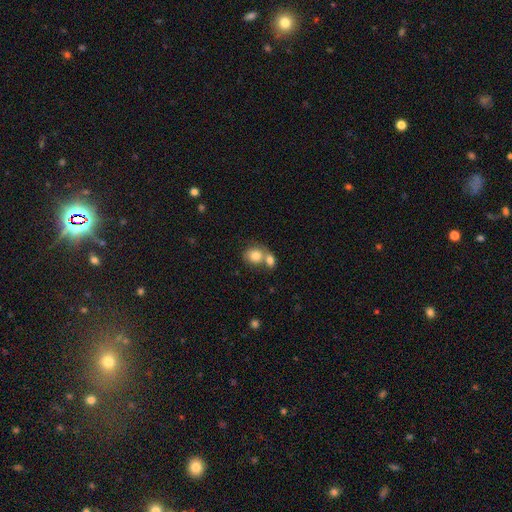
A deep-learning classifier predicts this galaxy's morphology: A smooth galaxy with no disk features (81%) that is round (69%). Merging: merger (56%).